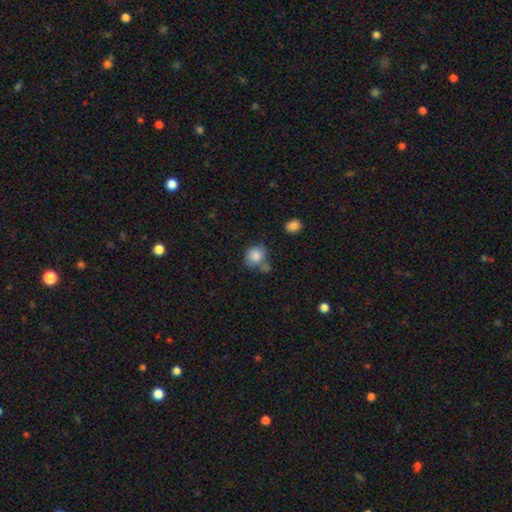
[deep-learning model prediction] This appears to be a smooth galaxy with no disk features (84%) that is round (64%). Merging: none (49%).